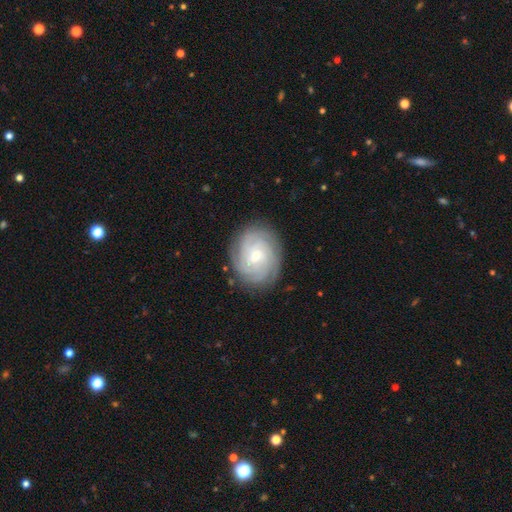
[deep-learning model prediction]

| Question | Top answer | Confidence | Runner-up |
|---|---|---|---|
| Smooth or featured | featured or disk | 80% | smooth (13%) |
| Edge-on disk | no | 98% | yes (2%) |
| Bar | no | 52% | weak (41%) |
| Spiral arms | yes | 97% | no (3%) |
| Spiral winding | tight | 79% | medium (18%) |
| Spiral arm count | can't tell | 30% | 4 (27%) |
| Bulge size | small | 60% | moderate (36%) |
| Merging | none | 84% | minor disturbance (12%) |